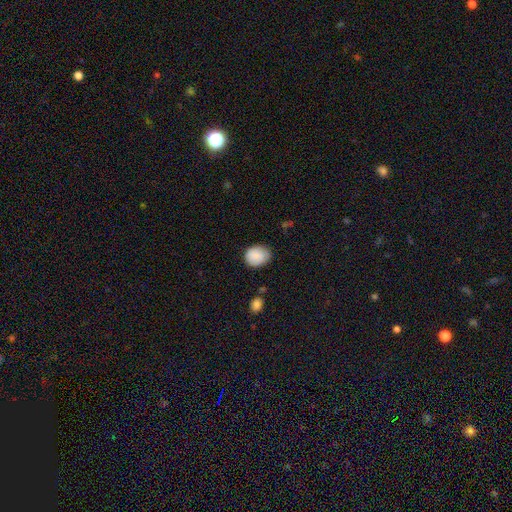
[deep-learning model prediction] The model was most divided on "how rounded": round: 55%, in between: 44%, cigar-shaped: 1%. More confident: smooth or featured — smooth (87%); merging — none (74%).